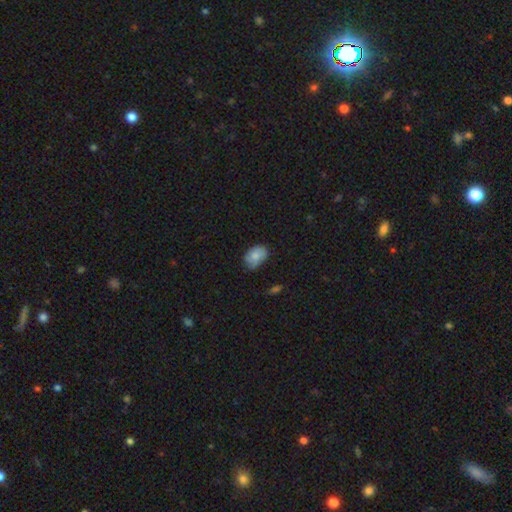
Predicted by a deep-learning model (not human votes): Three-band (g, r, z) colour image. It shows a smooth galaxy with no disk features (82%) that is in between round and cigar-shaped (83%). Merging: none (63%).